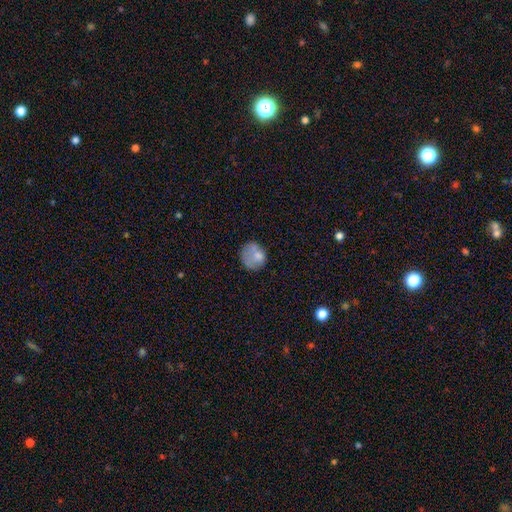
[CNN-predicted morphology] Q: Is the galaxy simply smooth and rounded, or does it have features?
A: smooth — 73%.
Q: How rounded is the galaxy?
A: round — 73%.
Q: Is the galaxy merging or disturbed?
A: none — 49%.